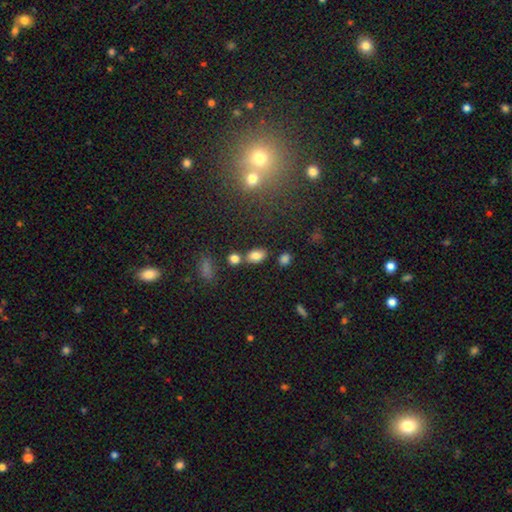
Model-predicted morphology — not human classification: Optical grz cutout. It shows a smooth galaxy with no disk features (79%) that is in between round and cigar-shaped (85%). Merging: none (69%).